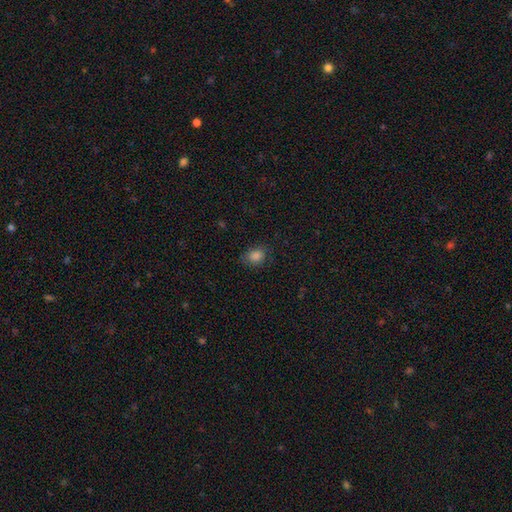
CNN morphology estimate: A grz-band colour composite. It shows a smooth galaxy with no disk features (82%) that is in between round and cigar-shaped (57%). Merging: none (79%).